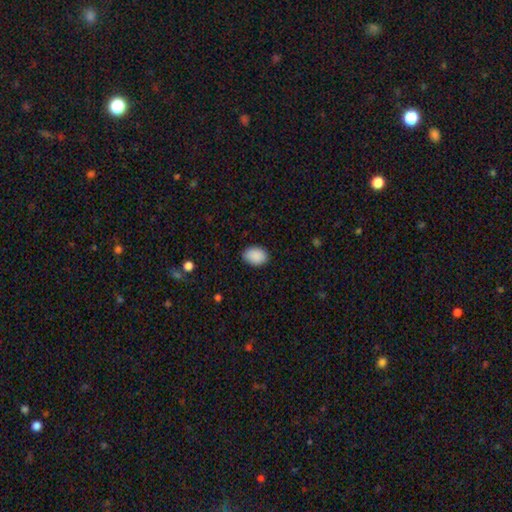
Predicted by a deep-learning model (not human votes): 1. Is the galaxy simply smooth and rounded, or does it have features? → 91% smooth, 7% star or artifact, 2% featured or disk.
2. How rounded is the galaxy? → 81% in between, 18% round, 1% cigar-shaped.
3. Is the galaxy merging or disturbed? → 87% none, 9% minor disturbance, 2% major disturbance, 1% merger.